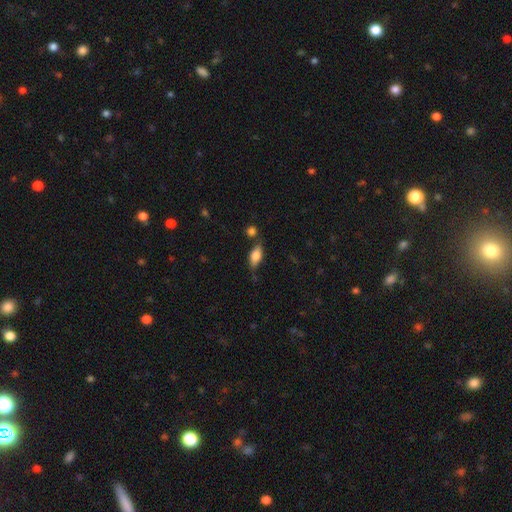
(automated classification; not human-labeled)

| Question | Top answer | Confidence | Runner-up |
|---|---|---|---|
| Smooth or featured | smooth | 74% | featured or disk (19%) |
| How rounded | in between | 82% | cigar-shaped (14%) |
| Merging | none | 68% | minor disturbance (18%) |